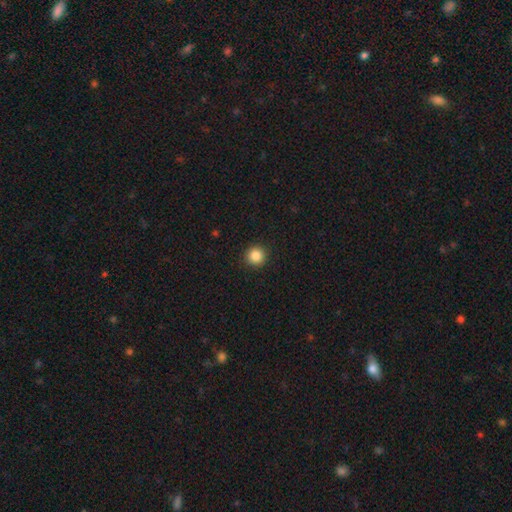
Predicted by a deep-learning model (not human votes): Morphology: type=smooth (86%); roundness=round (95%); merging=none (92%).